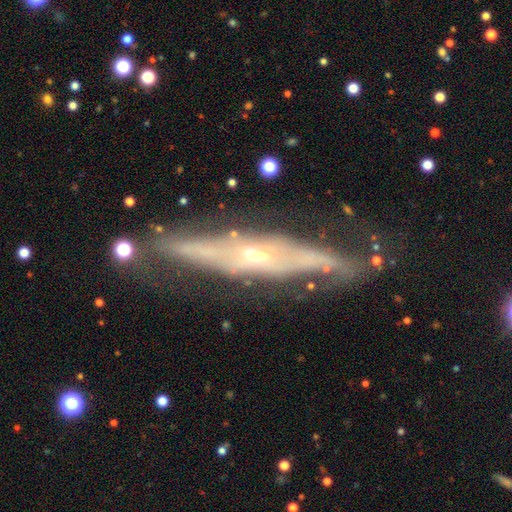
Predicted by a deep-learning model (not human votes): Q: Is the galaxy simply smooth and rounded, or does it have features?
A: featured or disk — 81%.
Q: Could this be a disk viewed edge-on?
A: yes — 64%.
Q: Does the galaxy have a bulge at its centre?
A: rounded — 68%.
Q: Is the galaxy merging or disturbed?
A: none — 72%.